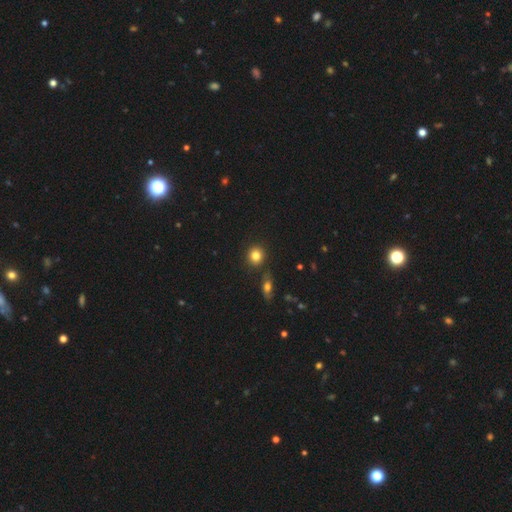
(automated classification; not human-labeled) This is clearly a smooth galaxy (82%). How rounded: clearly round (86%). Merging: clearly none (83%).